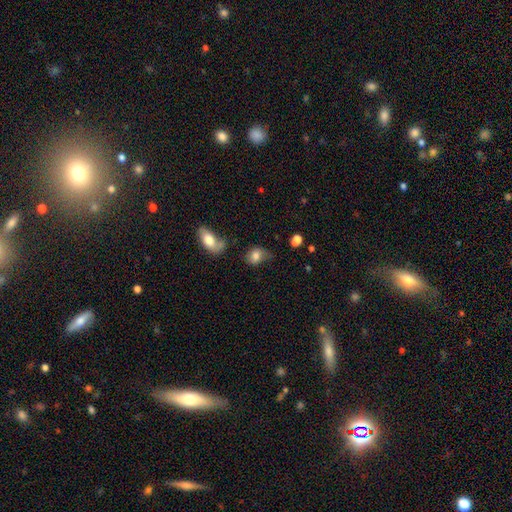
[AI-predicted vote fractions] Smooth or featured: smooth — 75% (featured or disk — 16%)
How rounded: in between — 59% (round — 39%)
Merging: none — 44% (minor disturbance — 31%)